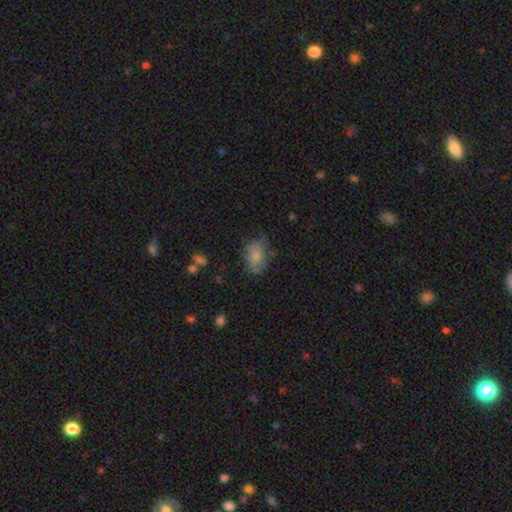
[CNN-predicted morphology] The model was most divided on "smooth or featured": smooth: 62%, featured or disk: 29%, star or artifact: 9%. More confident: how rounded — in between (82%); merging — none (60%).